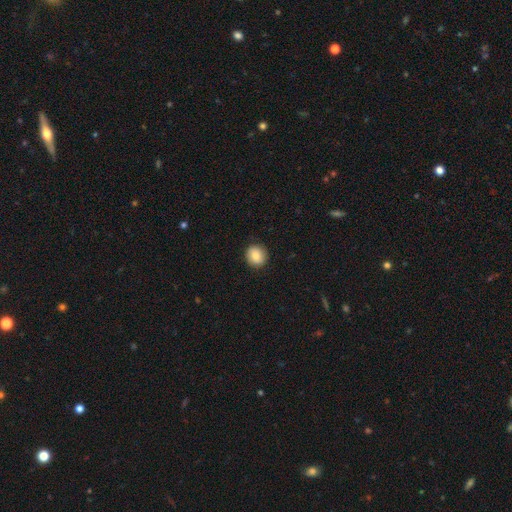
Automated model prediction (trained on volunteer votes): smooth-or-featured: smooth: 83% | featured or disk: 9% | star or artifact: 8%
  how-rounded: round: 89% | in between: 10% | cigar-shaped: 1%
  merging: none: 90% | minor disturbance: 7% | major disturbance: 2% | merger: 1%